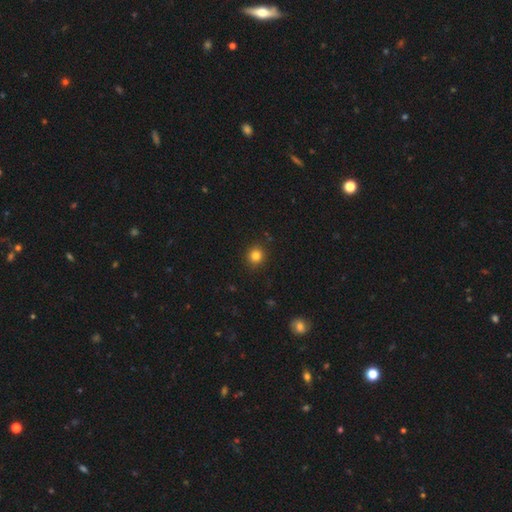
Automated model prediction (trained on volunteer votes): Smooth or featured? Predicted: smooth (p=0.83). How rounded? Predicted: round (p=0.88). Merging? Predicted: none (p=0.90).